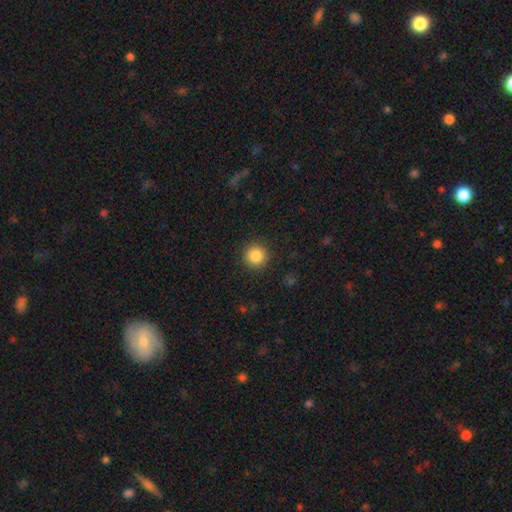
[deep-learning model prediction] Q: Smooth or featured?
A: smooth (86%); runner-up: star or artifact (9%)
Q: How rounded?
A: round (95%); runner-up: in between (4%)
Q: Merging?
A: none (91%); runner-up: minor disturbance (6%)